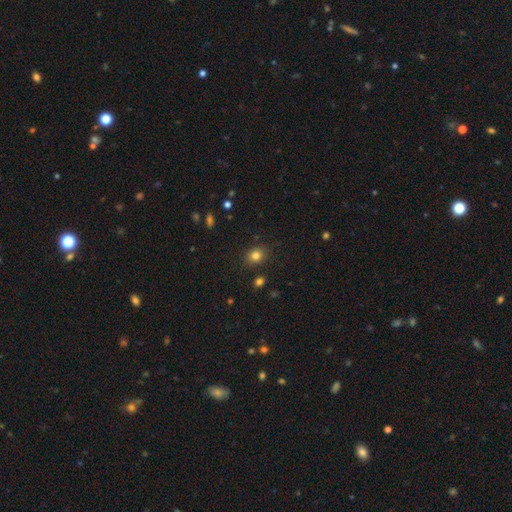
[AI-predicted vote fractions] This appears to be a smooth galaxy with no disk features (80%) that is round (66%). Merging: none (86%).